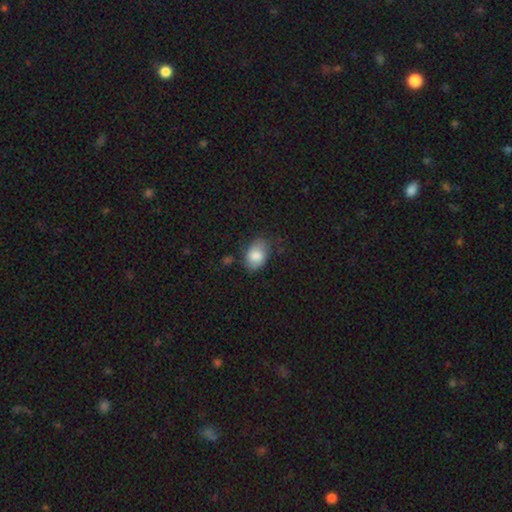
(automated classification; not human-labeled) Q: Smooth or featured?
A: smooth (81%); runner-up: featured or disk (12%)
Q: How rounded?
A: in between (84%); runner-up: round (15%)
Q: Merging?
A: none (63%); runner-up: minor disturbance (27%)